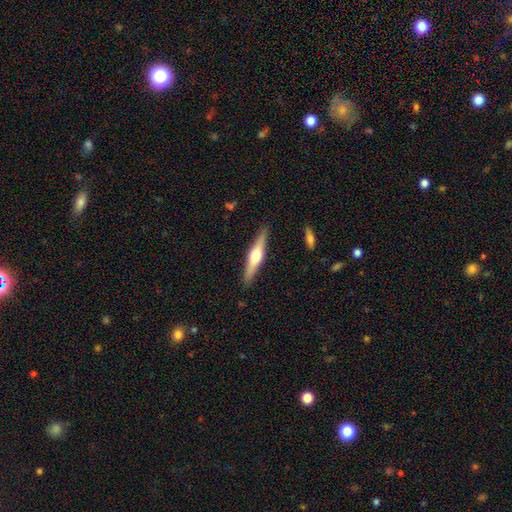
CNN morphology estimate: The model was most divided on "smooth or featured": featured or disk: 66%, smooth: 29%, star or artifact: 5%. More confident: edge-on disk — yes (97%); edge-on bulge — rounded (93%); merging — none (89%).